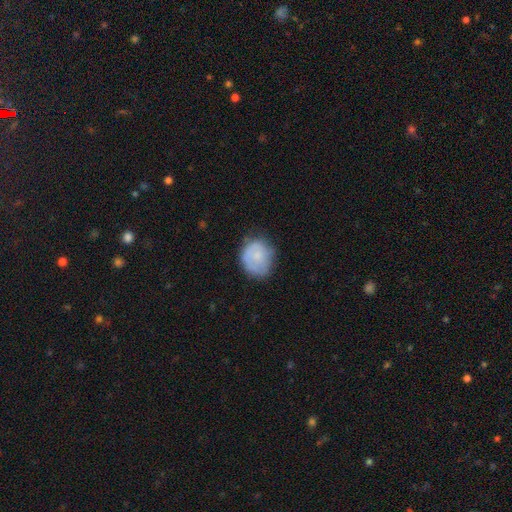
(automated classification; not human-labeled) A smooth galaxy with no disk features (68%) that is round (74%).

Vote fractions:
- Smooth or featured? smooth: 68% / featured or disk: 25% / star or artifact: 7%
- How rounded? round: 74% / in between: 25% / cigar-shaped: 1%
- Merging? none: 60% / minor disturbance: 28% / major disturbance: 11% / merger: 2%